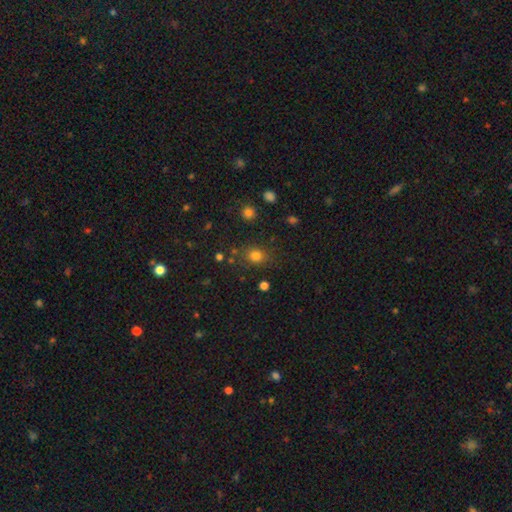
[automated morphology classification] smooth_or_featured: smooth (p=0.78) [alt: star or artifact p=0.16]
how_rounded: round (p=0.67) [alt: in between p=0.32]
merging: none (p=0.79) [alt: minor disturbance p=0.12]